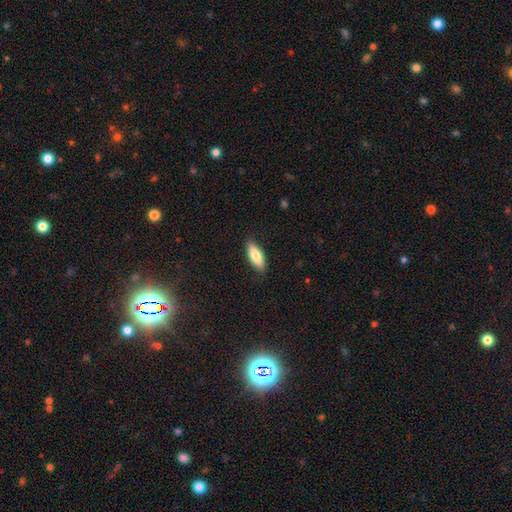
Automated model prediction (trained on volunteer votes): The model was most divided on "how rounded": in between: 67%, cigar-shaped: 31%, round: 2%. More confident: merging — none (86%); smooth or featured — smooth (79%).